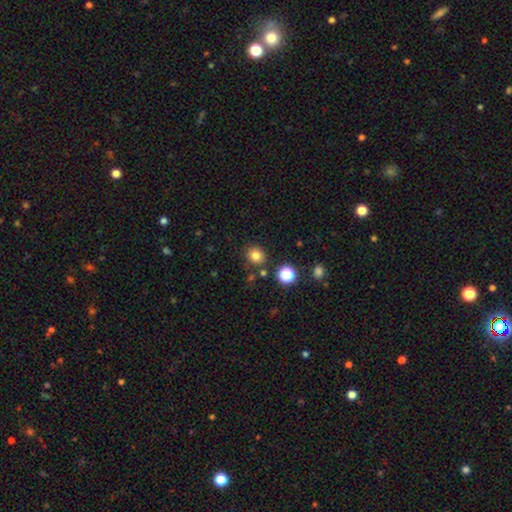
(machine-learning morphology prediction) Smooth or featured? Predicted: smooth (p=0.79). How rounded? Predicted: round (p=0.81). Merging? Predicted: none (p=0.84).